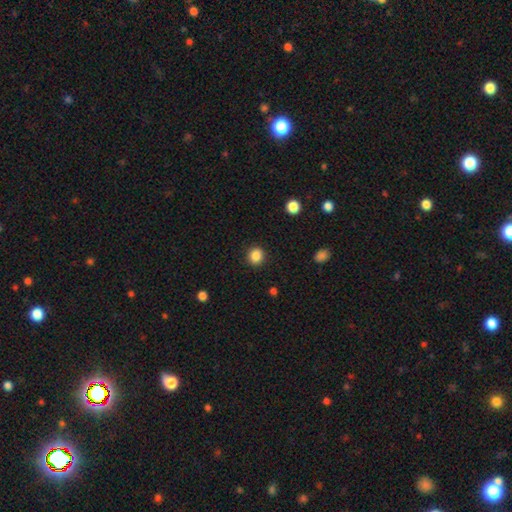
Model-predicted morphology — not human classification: smooth_or_featured: smooth (p=0.87) [alt: star or artifact p=0.10]
how_rounded: round (p=0.83) [alt: in between p=0.16]
merging: none (p=0.91) [alt: minor disturbance p=0.06]